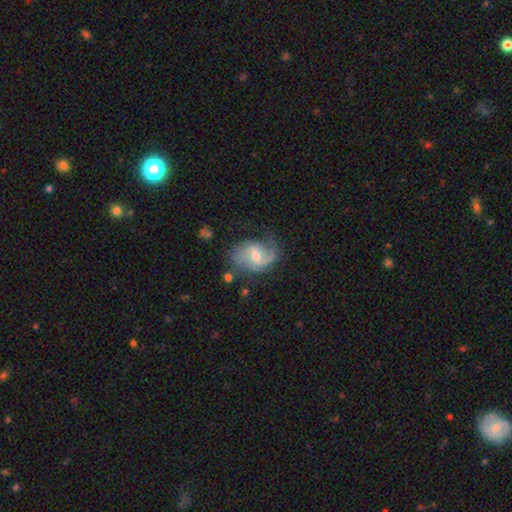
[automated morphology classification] This is likely a featured or disk galaxy (79%). It is clearly not viewed edge-on (97%). Bar: possibly weak (50%). Spiral arm pattern: clearly yes (93%). Spiral arm count: likely 2 (66%). Spiral winding: marginally medium (44%). Central bulge: possibly moderate (58%). Merging: possibly none (58%).